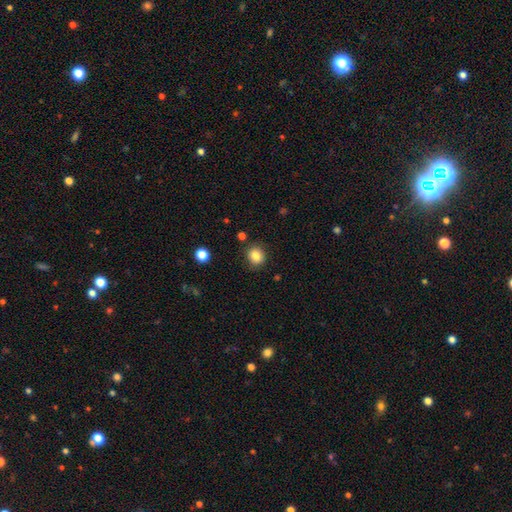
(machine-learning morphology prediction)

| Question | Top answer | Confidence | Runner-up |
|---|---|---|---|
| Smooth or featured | smooth | 84% | star or artifact (10%) |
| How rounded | round | 76% | in between (23%) |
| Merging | none | 86% | minor disturbance (9%) |